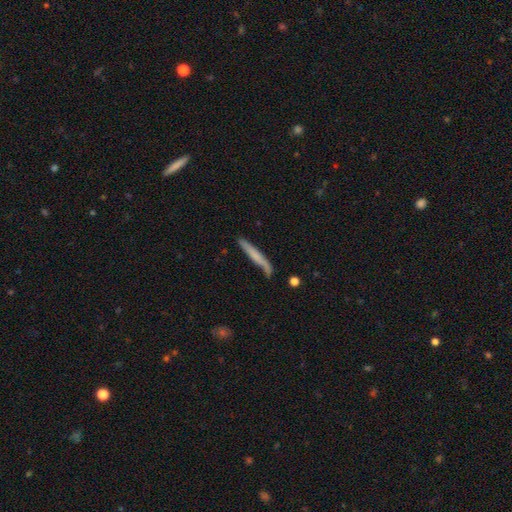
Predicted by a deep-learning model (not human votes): Smooth or featured? smooth (60%)
How rounded? cigar-shaped (95%)
Merging? none (73%)